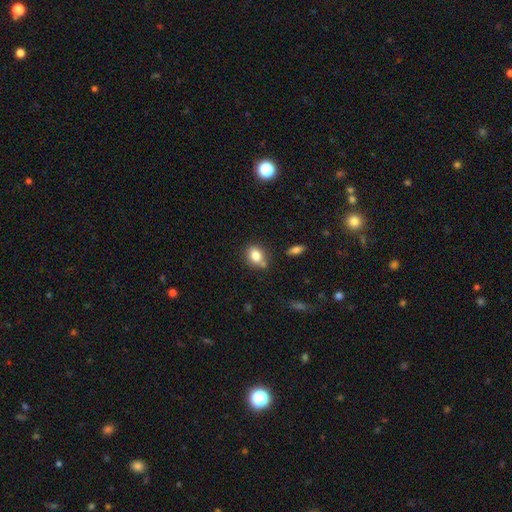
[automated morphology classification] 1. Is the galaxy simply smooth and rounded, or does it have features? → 81% smooth, 10% featured or disk, 9% star or artifact.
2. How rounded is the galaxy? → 58% in between, 40% round, 2% cigar-shaped.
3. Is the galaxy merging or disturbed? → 65% none, 17% minor disturbance, 14% merger, 4% major disturbance.